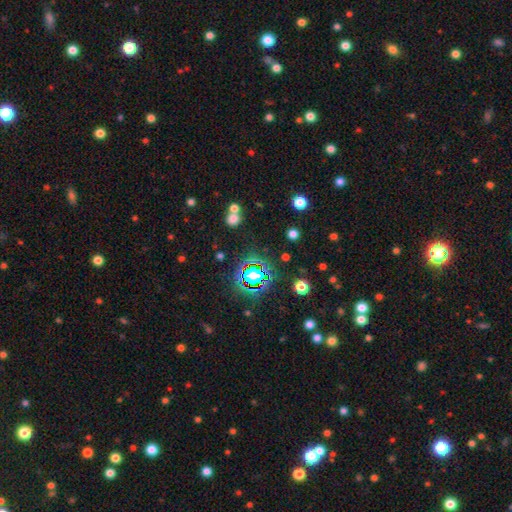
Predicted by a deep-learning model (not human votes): Smooth or featured? Predicted: star or artifact (p=0.76).